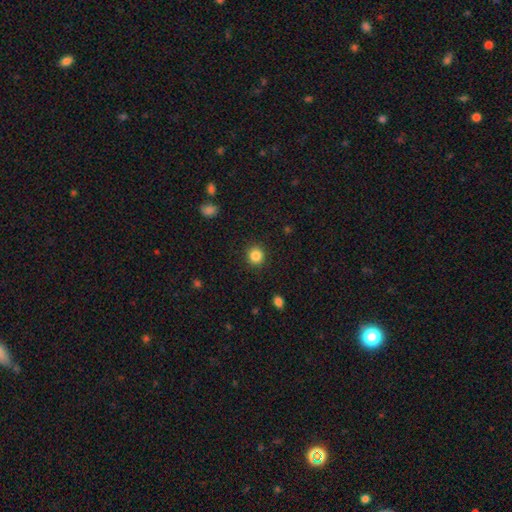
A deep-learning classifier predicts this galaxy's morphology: Smooth or featured? Predicted: smooth (p=0.85). How rounded? Predicted: round (p=0.90). Merging? Predicted: none (p=0.91).